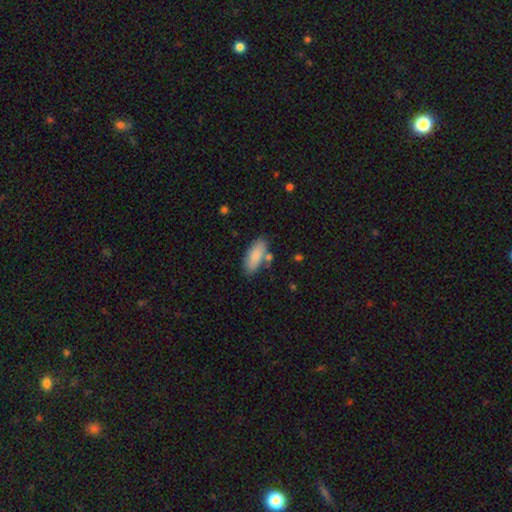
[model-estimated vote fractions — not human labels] Smooth or featured: smooth — 85% (featured or disk — 9%)
How rounded: in between — 86% (cigar-shaped — 12%)
Merging: none — 70% (minor disturbance — 17%)